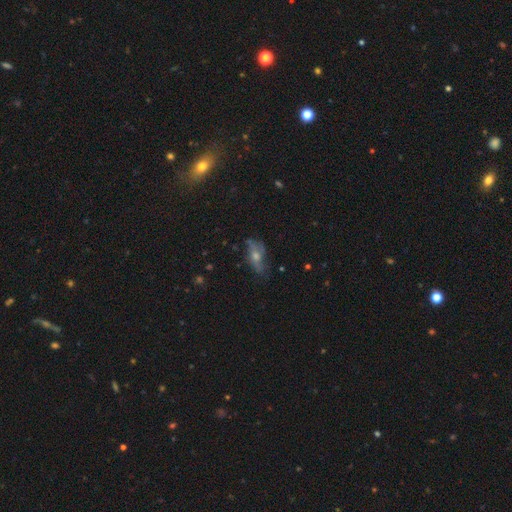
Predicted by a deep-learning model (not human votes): Q: Smooth or featured?
A: featured or disk (52%); runner-up: smooth (33%)
Q: Edge-on disk?
A: no (70%); runner-up: yes (30%)
Q: Merging?
A: none (63%); runner-up: minor disturbance (23%)